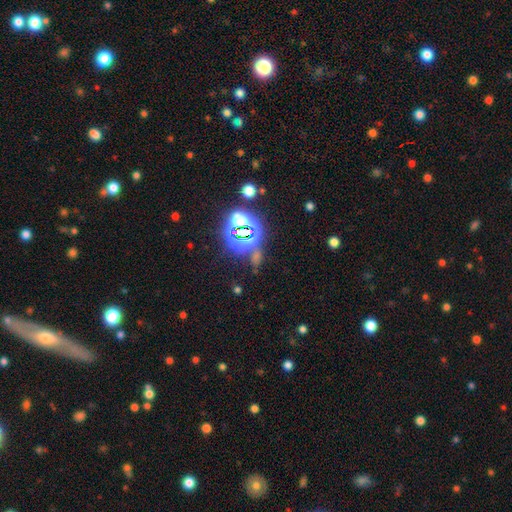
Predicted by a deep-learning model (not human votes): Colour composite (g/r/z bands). It shows a star or artifact, not a galaxy (76%).